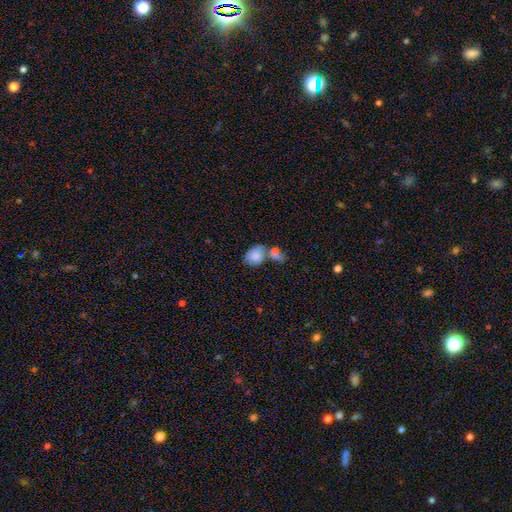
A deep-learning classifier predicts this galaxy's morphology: smooth 78%, featured or disk 15%, star or artifact 8%. Down the decision tree: how rounded — in between (71%); merging — merger (52%).